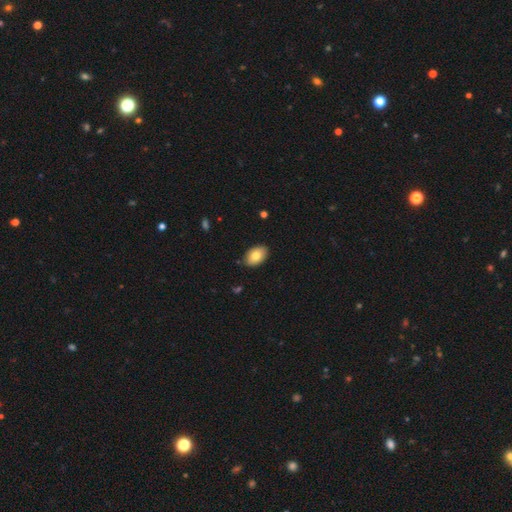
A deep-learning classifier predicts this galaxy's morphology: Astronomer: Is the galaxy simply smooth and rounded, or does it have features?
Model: smooth — 79%.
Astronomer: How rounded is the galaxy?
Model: in between — 90%.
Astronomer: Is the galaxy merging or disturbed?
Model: none — 87%.